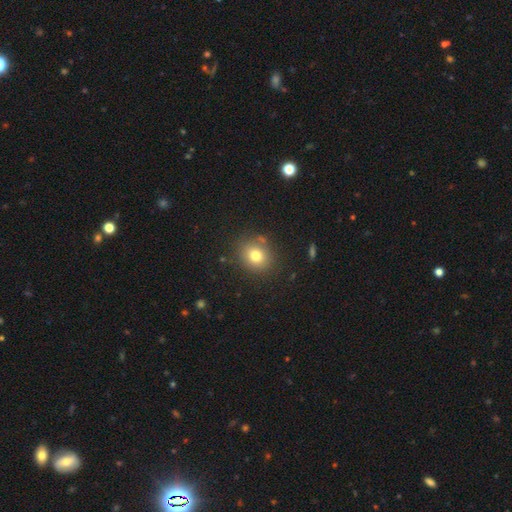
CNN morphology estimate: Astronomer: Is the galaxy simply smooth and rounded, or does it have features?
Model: smooth — 77%.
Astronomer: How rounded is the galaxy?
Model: round — 72%.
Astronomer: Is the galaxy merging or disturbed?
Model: none — 82%.